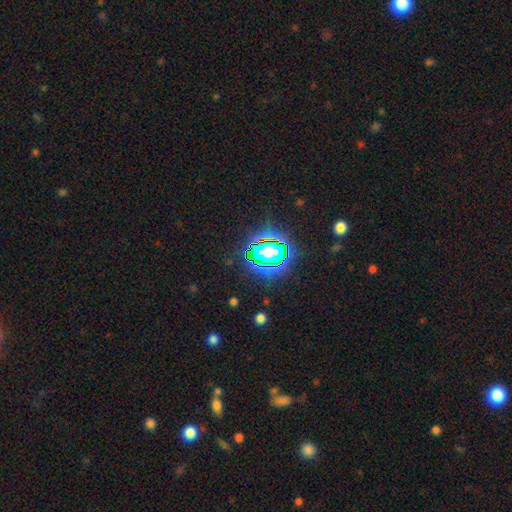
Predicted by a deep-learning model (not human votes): Smooth or featured?
  - star or artifact: 69% *
  - smooth: 20%
  - featured or disk: 11%